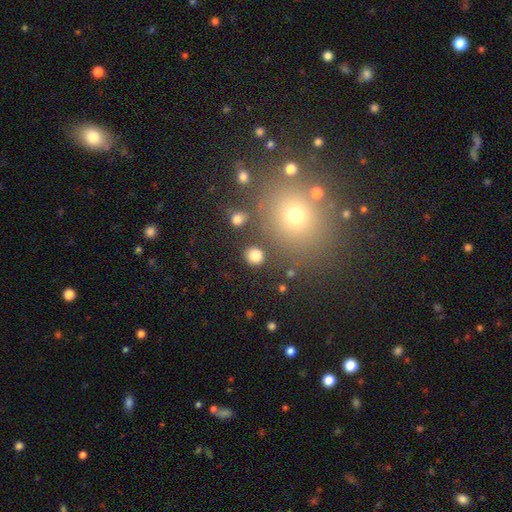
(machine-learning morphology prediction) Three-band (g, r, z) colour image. It shows a smooth galaxy with no disk features (83%) that is round (82%). Merging: none (86%).